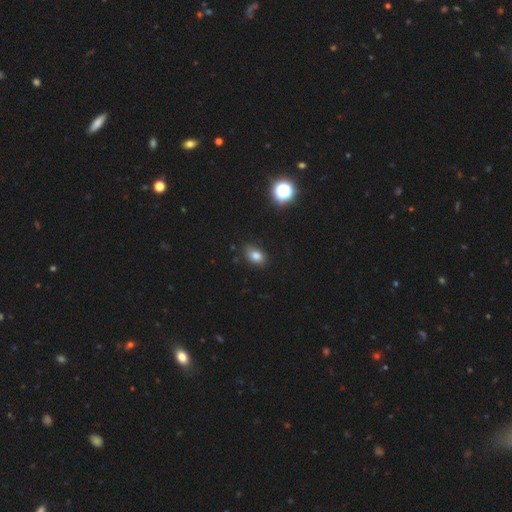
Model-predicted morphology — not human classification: type=smooth (80%); roundness=in between (79%); merging=none (82%).